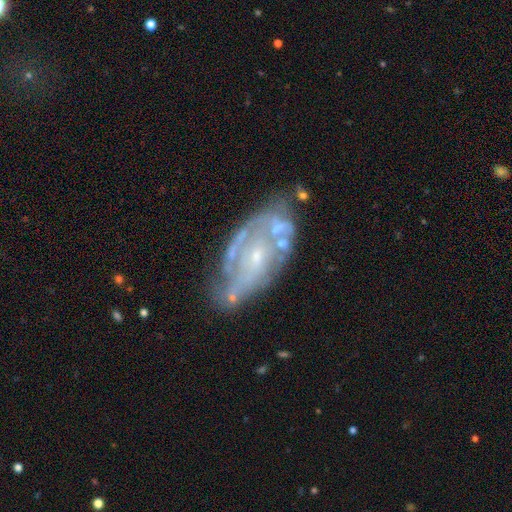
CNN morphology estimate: Smooth or featured?
  - featured or disk: 78% *
  - smooth: 15%
  - star or artifact: 7%
Edge-on disk?
  - no: 94% *
  - yes: 6%
Bar?
  - no: 72% *
  - weak: 23%
  - strong: 5%
Spiral arms?
  - yes: 69% *
  - no: 31%
Spiral winding?
  - tight: 52% *
  - medium: 34%
  - loose: 14%
Spiral arm count?
  - can't tell: 48% *
  - 2: 25%
  - 3: 13%
  - 1: 6%
  - 4: 5%
  - more than 4: 4%
Bulge size?
  - small: 71% *
  - moderate: 19%
  - none: 8%
  - large: 1%
  - dominant: 1%
Merging?
  - none: 57% *
  - minor disturbance: 23%
  - major disturbance: 12%
  - merger: 8%